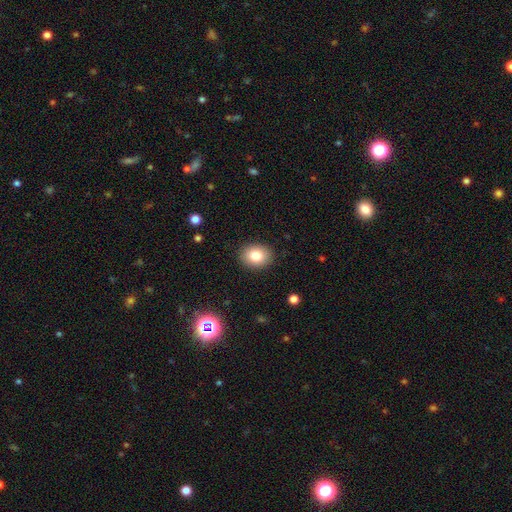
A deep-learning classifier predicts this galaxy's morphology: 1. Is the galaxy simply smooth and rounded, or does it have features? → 81% smooth, 10% star or artifact, 9% featured or disk.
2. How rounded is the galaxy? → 53% in between, 47% round, 1% cigar-shaped.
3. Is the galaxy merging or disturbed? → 88% none, 8% minor disturbance, 2% major disturbance, 1% merger.